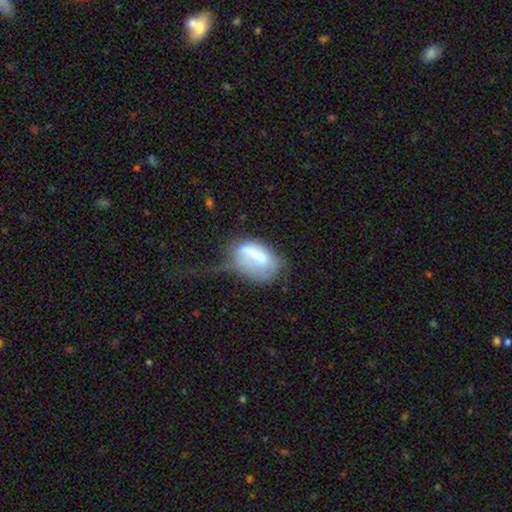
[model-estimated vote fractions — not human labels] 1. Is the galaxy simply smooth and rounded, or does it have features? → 57% smooth, 34% featured or disk, 8% star or artifact.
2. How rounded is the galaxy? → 84% in between, 11% round, 5% cigar-shaped.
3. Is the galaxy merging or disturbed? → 41% major disturbance, 28% minor disturbance, 23% none, 8% merger.